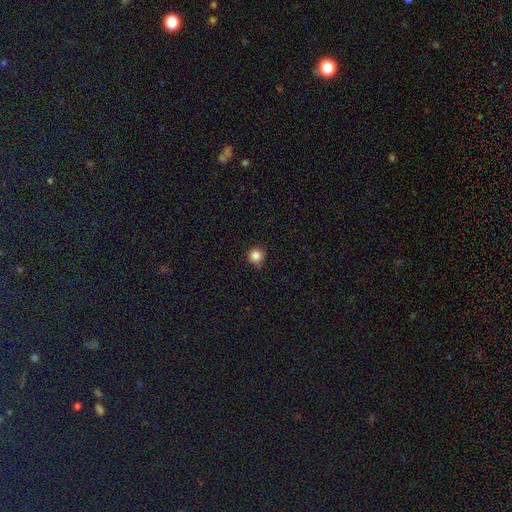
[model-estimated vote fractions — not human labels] Smooth or featured?
  - smooth: 85% *
  - star or artifact: 11%
  - featured or disk: 4%
How rounded?
  - round: 94% *
  - in between: 5%
  - cigar-shaped: 1%
Merging?
  - none: 88% *
  - minor disturbance: 9%
  - major disturbance: 2%
  - merger: 1%